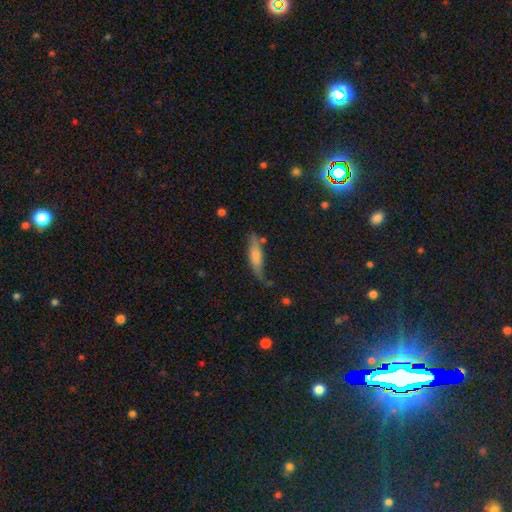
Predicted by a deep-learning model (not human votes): Smooth or featured?
  - smooth: 65% *
  - featured or disk: 29%
  - star or artifact: 7%
How rounded?
  - cigar-shaped: 63% *
  - in between: 35%
  - round: 2%
Merging?
  - none: 57% *
  - minor disturbance: 29%
  - major disturbance: 9%
  - merger: 6%